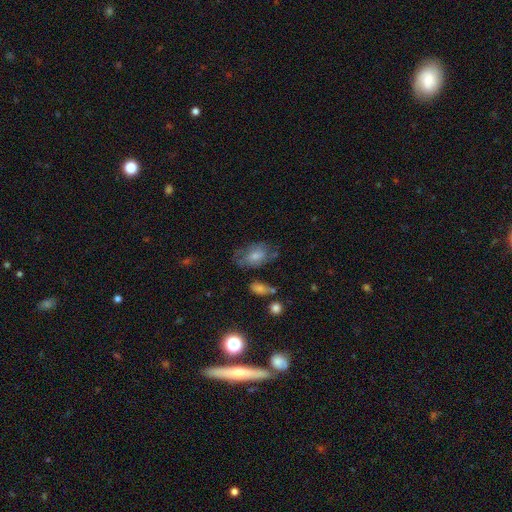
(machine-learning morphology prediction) type=smooth (55%); roundness=in between (85%); merging=none (47%).